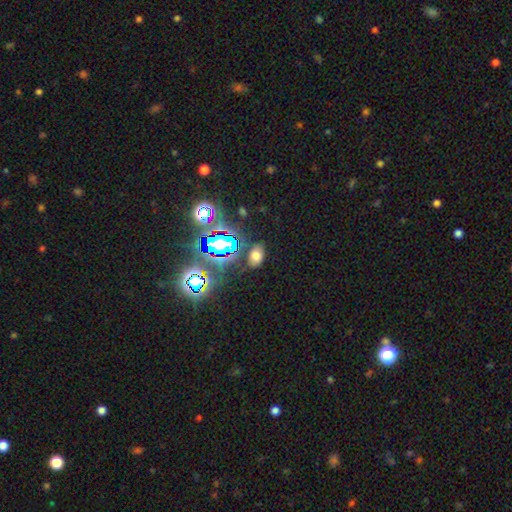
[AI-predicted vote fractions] Smooth or featured? Predicted: smooth (p=0.60). How rounded? Predicted: in between (p=0.84). Merging? Predicted: none (p=0.81).